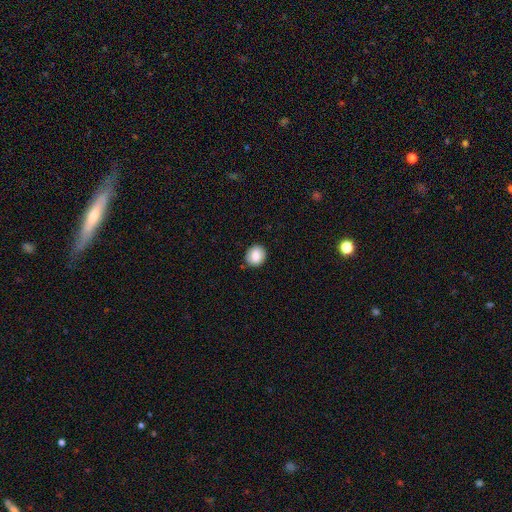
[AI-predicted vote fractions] Smooth or featured?
  - smooth: 83% *
  - featured or disk: 9%
  - star or artifact: 8%
How rounded?
  - round: 78% *
  - in between: 21%
  - cigar-shaped: 1%
Merging?
  - none: 87% *
  - minor disturbance: 10%
  - major disturbance: 2%
  - merger: 1%